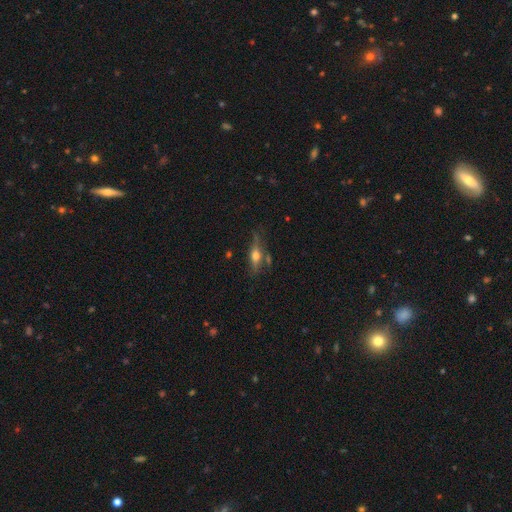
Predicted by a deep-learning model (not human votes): Morphology: type=featured or disk (49%); merging=none (62%).